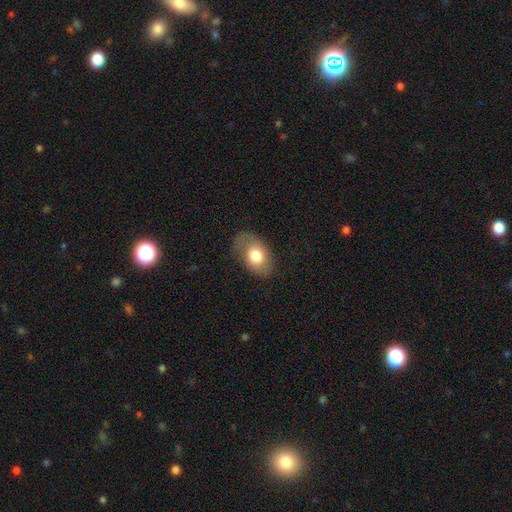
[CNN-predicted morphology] Q: Smooth or featured?
A: smooth (68%); runner-up: featured or disk (26%)
Q: How rounded?
A: in between (86%); runner-up: round (13%)
Q: Merging?
A: none (62%); runner-up: minor disturbance (24%)